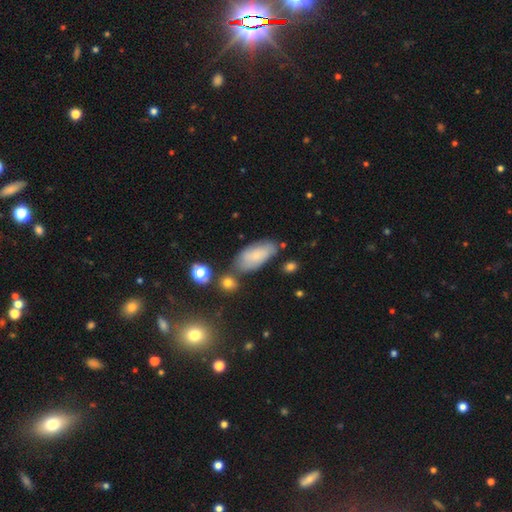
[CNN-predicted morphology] Smooth or featured? smooth (70%)
How rounded? in between (89%)
Merging? none (66%)